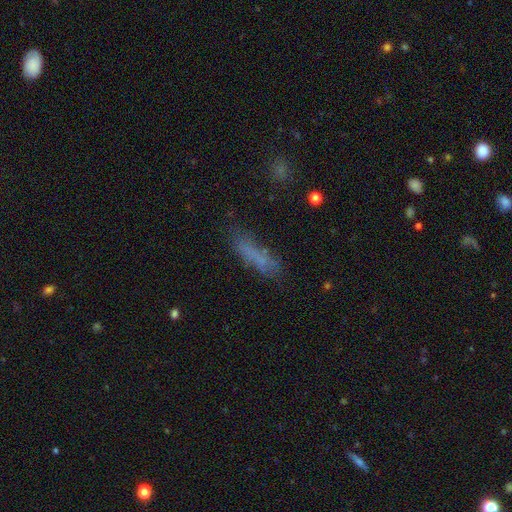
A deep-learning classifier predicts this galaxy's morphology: Overall: smooth (66%). How rounded: cigar-shaped (71%). Merging: none (63%).